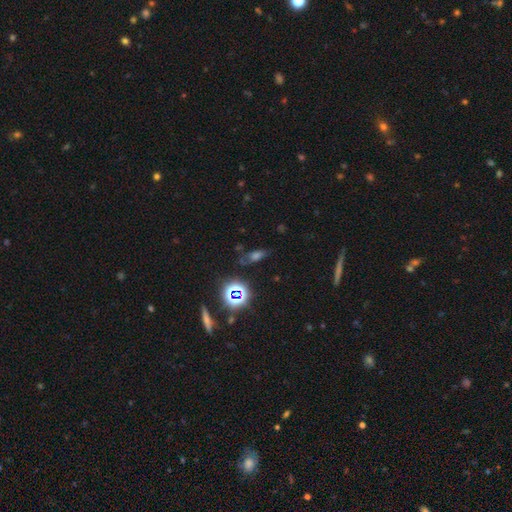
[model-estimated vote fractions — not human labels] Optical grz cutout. It shows a star or artifact, not a galaxy (42%).